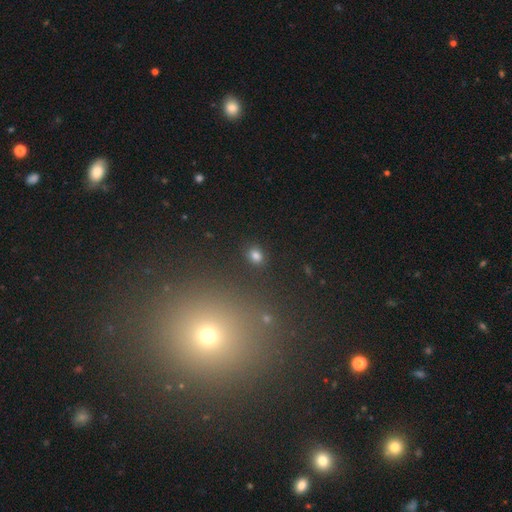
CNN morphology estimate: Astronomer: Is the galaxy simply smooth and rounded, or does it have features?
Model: smooth — 79%.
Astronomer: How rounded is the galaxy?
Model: round — 50% (runner-up: in between, 49%).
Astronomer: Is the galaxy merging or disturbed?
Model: none — 86%.